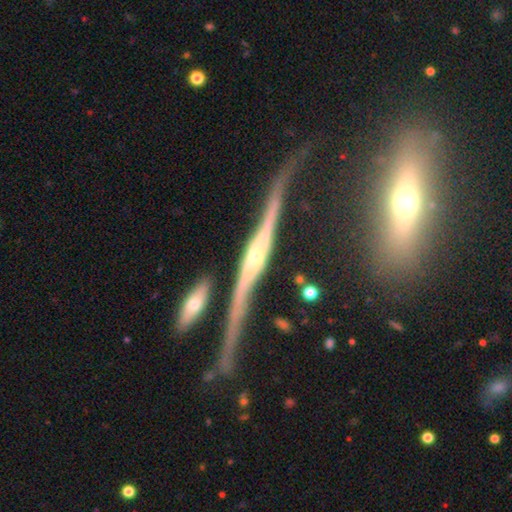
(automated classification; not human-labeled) Smooth or featured?
  - featured or disk: 87% *
  - smooth: 6%
  - star or artifact: 6%
Edge-on disk?
  - yes: 89% *
  - no: 11%
Edge-on bulge?
  - rounded: 71% *
  - boxy: 19%
  - none: 10%
Merging?
  - none: 61% *
  - minor disturbance: 20%
  - major disturbance: 10%
  - merger: 9%